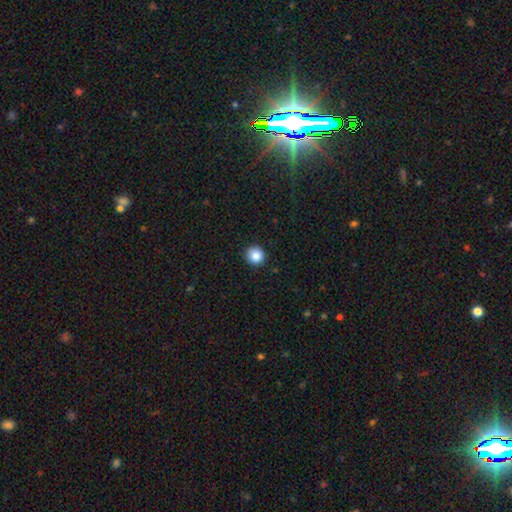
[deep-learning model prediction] Smooth or featured: smooth — 87% (star or artifact — 9%)
How rounded: round — 94% (in between — 5%)
Merging: none — 92% (minor disturbance — 5%)